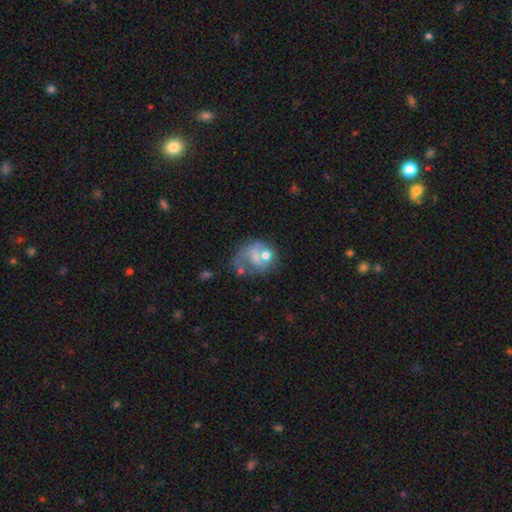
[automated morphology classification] Overall: smooth (45%; featured or disk 42%). Merging: major disturbance (37%; none 25%).